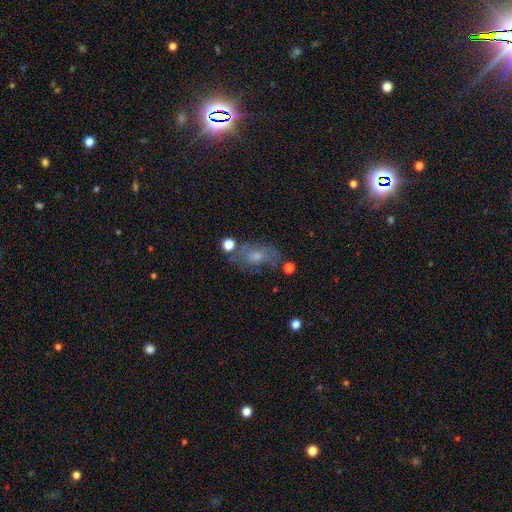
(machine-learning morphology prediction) type=featured or disk (44%); merging=none (58%).